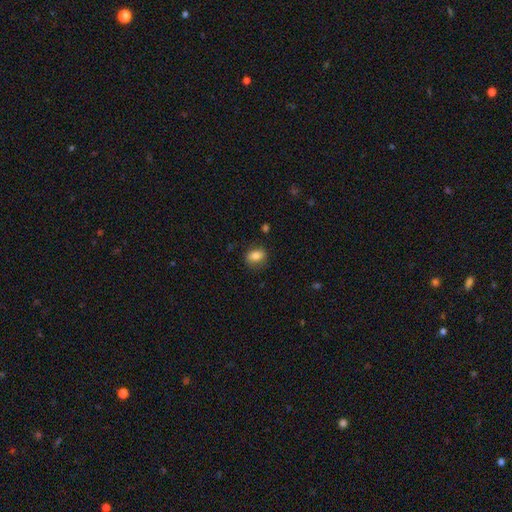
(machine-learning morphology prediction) This appears to be a smooth galaxy with no disk features (83%) that is in between round and cigar-shaped (66%). Merging: none (80%).